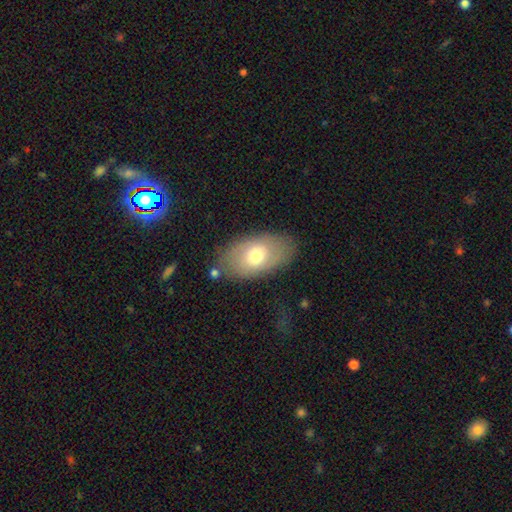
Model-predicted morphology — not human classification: Q: Smooth or featured?
A: smooth (64%); runner-up: featured or disk (29%)
Q: How rounded?
A: in between (91%); runner-up: round (6%)
Q: Merging?
A: none (77%); runner-up: minor disturbance (15%)